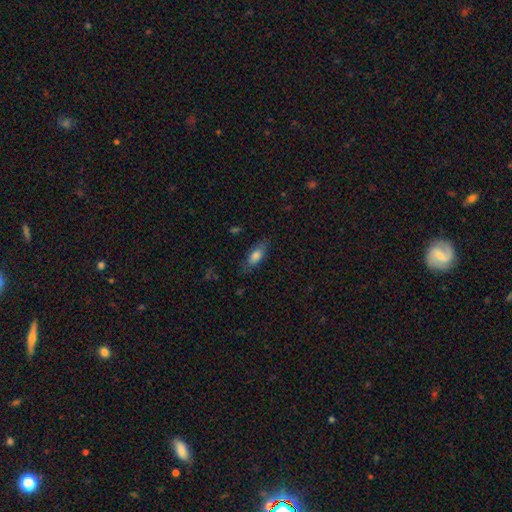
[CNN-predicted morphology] smooth 79%, featured or disk 14%, star or artifact 7%. Down the decision tree: how rounded — in between (77%); merging — none (78%).